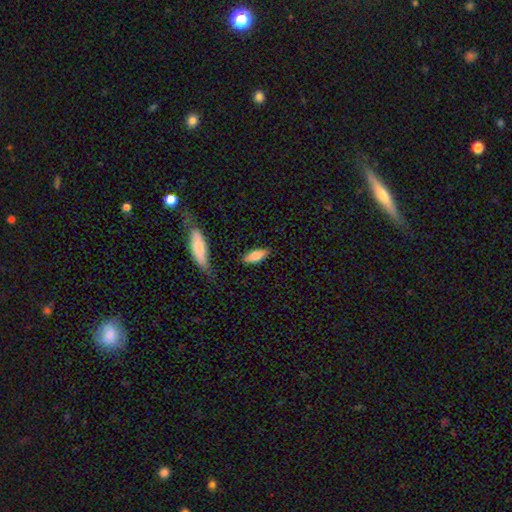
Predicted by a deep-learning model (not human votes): smooth-or-featured: smooth: 80% | featured or disk: 14% | star or artifact: 6%
  how-rounded: in between: 70% | cigar-shaped: 28% | round: 2%
  merging: none: 78% | minor disturbance: 15% | major disturbance: 3% | merger: 3%